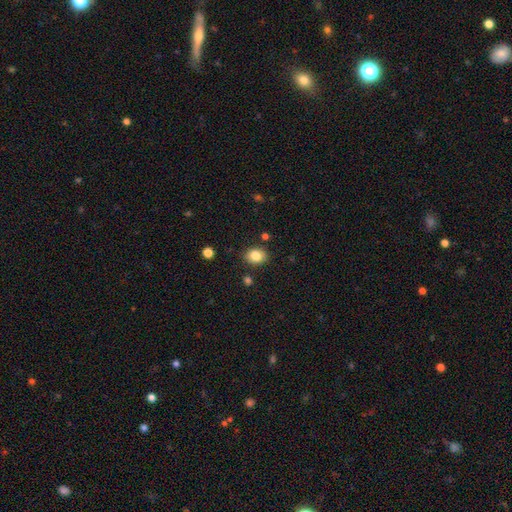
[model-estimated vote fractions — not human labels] A smooth galaxy with no disk features (84%) that is in between round and cigar-shaped (53%). Merging: none (84%).